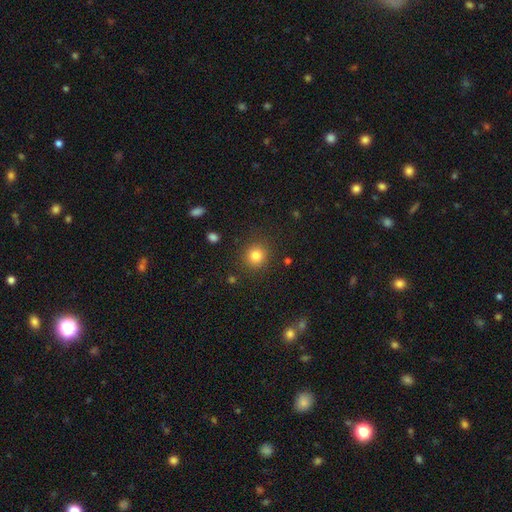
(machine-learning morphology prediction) Smooth or featured?
  - smooth: 83% *
  - star or artifact: 12%
  - featured or disk: 5%
How rounded?
  - round: 90% *
  - in between: 9%
  - cigar-shaped: 1%
Merging?
  - none: 88% *
  - minor disturbance: 7%
  - major disturbance: 3%
  - merger: 2%